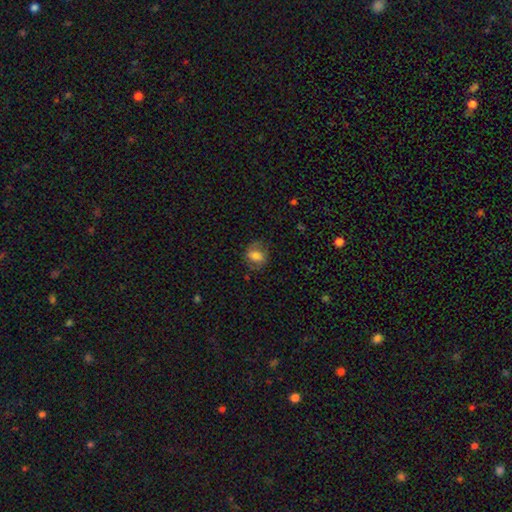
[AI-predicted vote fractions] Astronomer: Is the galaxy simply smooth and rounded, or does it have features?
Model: smooth — 64%.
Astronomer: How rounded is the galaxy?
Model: in between — 50% (runner-up: round, 49%).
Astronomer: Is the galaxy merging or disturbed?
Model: none — 66%.